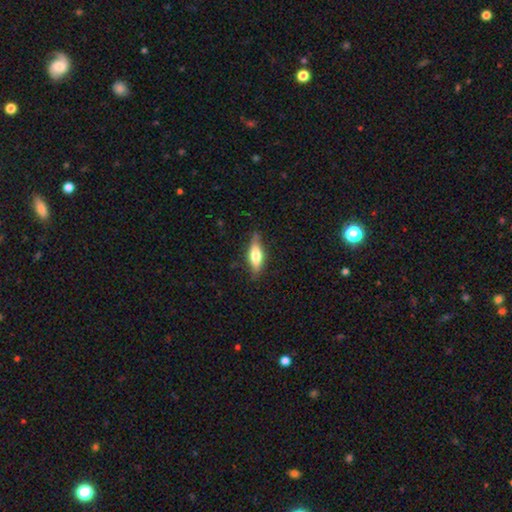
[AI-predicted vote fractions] Morphology: type=smooth (53%); roundness=in between (51%); merging=none (78%).